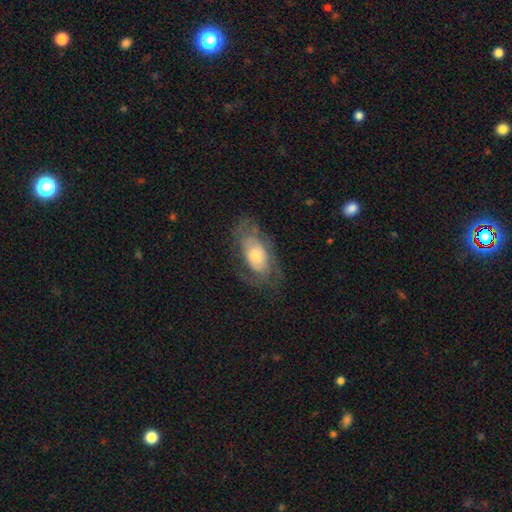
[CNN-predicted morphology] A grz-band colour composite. It shows a featured or disk galaxy (59%) with no bar (79%), spiral arms (68%) and a moderate central bulge (54%). Merging: none (59%).